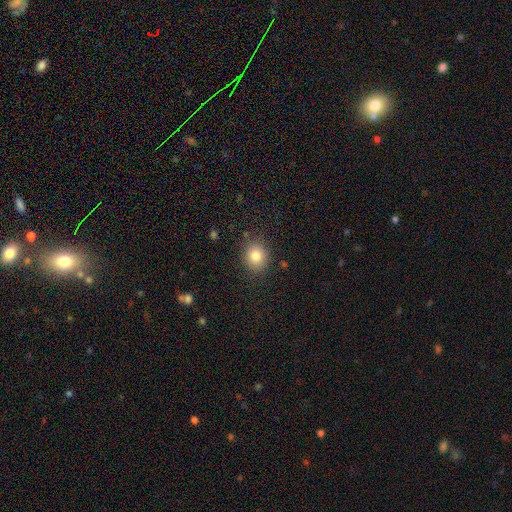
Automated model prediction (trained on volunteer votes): Smooth or featured? Predicted: smooth (p=0.82). How rounded? Predicted: round (p=0.73). Merging? Predicted: none (p=0.85).